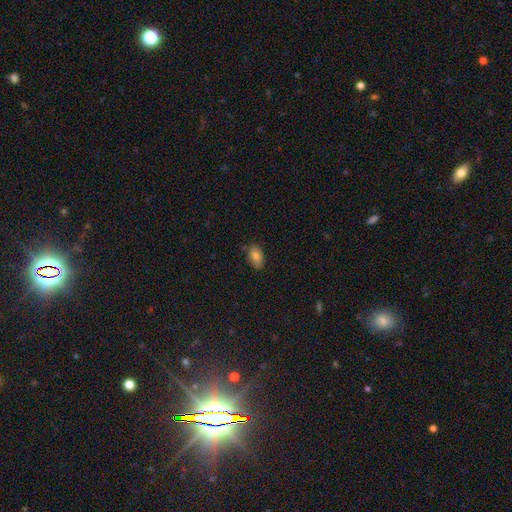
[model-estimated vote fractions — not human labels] Smooth or featured?
  - smooth: 82% *
  - featured or disk: 9%
  - star or artifact: 8%
How rounded?
  - in between: 91% *
  - round: 6%
  - cigar-shaped: 3%
Merging?
  - none: 77% *
  - minor disturbance: 18%
  - major disturbance: 3%
  - merger: 3%